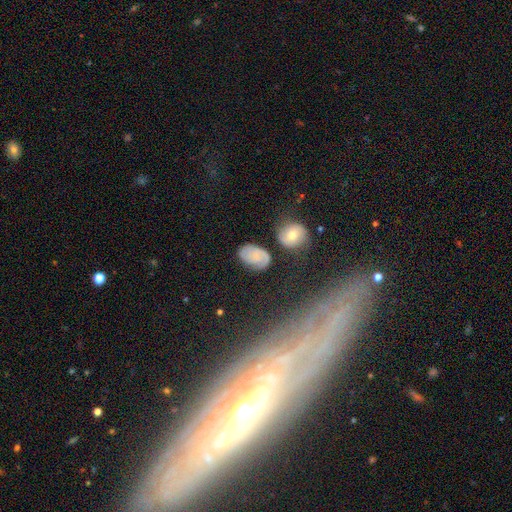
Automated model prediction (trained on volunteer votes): Smooth or featured? smooth (49%)
Merging? none (68%)